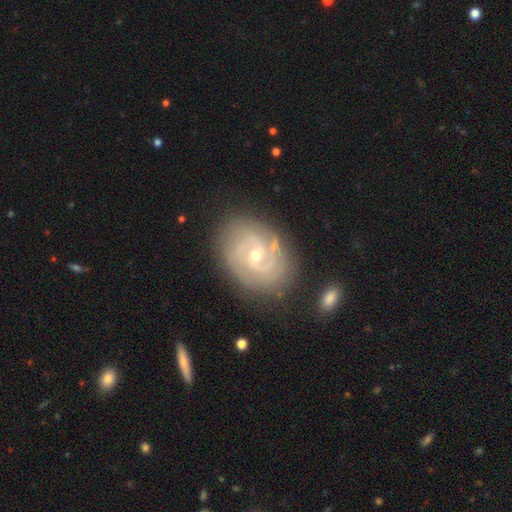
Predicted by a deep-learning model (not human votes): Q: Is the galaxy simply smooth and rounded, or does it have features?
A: featured or disk — 88%.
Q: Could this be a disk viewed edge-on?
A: no — 97%.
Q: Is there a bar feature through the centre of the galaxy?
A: no — 48%.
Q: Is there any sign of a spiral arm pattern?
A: yes — 97%.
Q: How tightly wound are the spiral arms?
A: tight — 64%.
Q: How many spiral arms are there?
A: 2 — 45%.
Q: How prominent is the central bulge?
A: small — 58%.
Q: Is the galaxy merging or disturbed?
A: none — 79%.